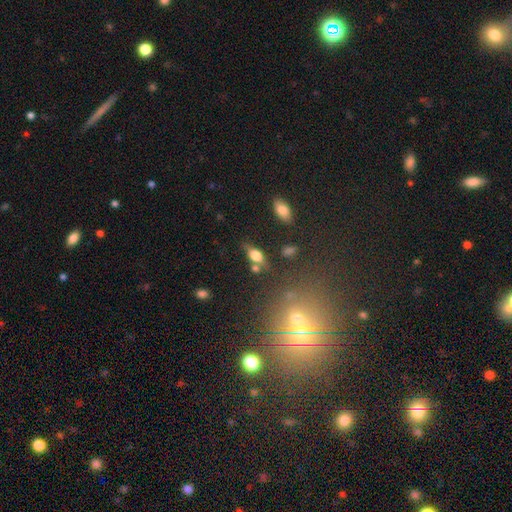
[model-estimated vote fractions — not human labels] smooth 65%, featured or disk 24%, star or artifact 11%. Down the decision tree: how rounded — in between (77%); merging — none (59%).